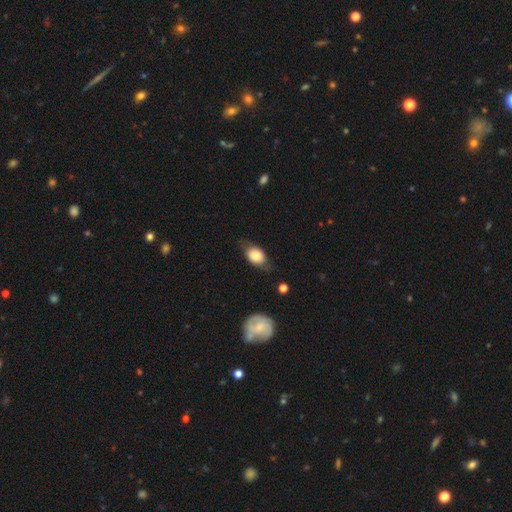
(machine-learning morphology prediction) Smooth or featured: smooth — 73% (featured or disk — 20%)
How rounded: in between — 79% (round — 19%)
Merging: none — 63% (minor disturbance — 26%)